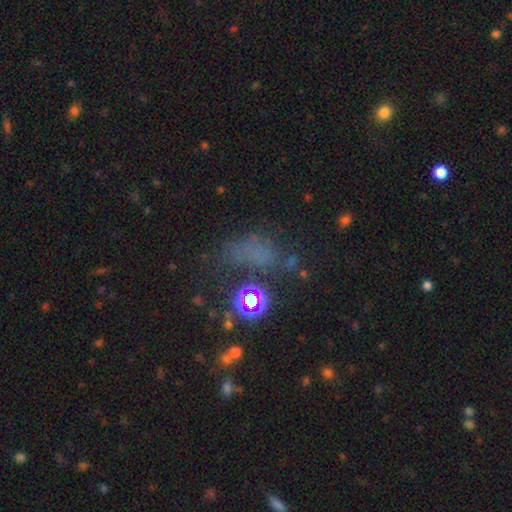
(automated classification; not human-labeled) Morphology: type=smooth (48%); merging=none (45%).